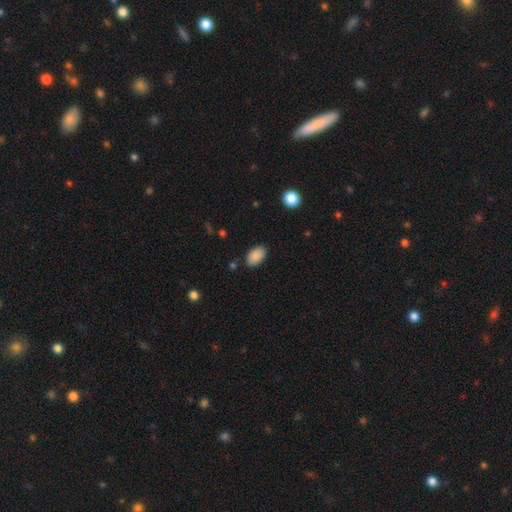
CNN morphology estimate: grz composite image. It shows a smooth galaxy with no disk features (89%) that is in between round and cigar-shaped (93%). Merging: none (86%).